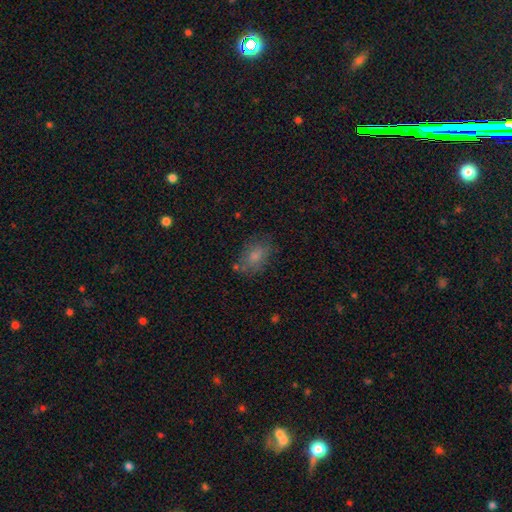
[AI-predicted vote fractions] Smooth or featured? Predicted: smooth (p=0.70). How rounded? Predicted: in between (p=0.76). Merging? Predicted: none (p=0.74).